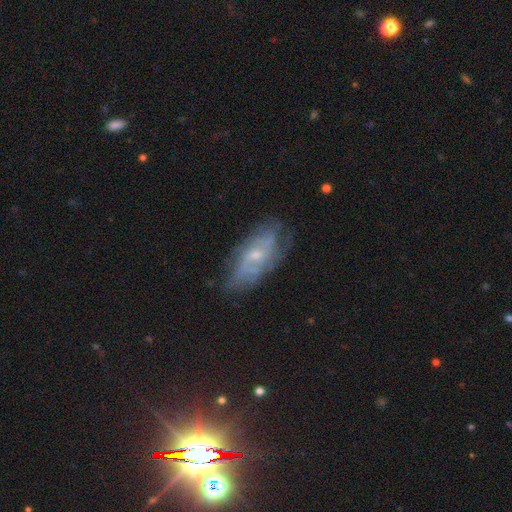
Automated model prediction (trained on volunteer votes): The model was most divided on "bar": no: 66%, weak: 29%, strong: 5%. More confident: edge-on disk — no (89%); spiral arms — yes (79%); smooth or featured — featured or disk (69%); merging — none (67%); bulge size — small (65%).